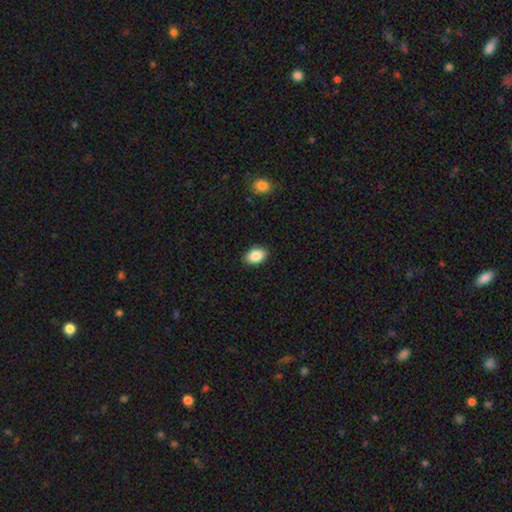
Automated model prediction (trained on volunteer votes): The model was most divided on "how rounded": in between: 88%, round: 11%, cigar-shaped: 1%. More confident: merging — none (89%); smooth or featured — smooth (88%).